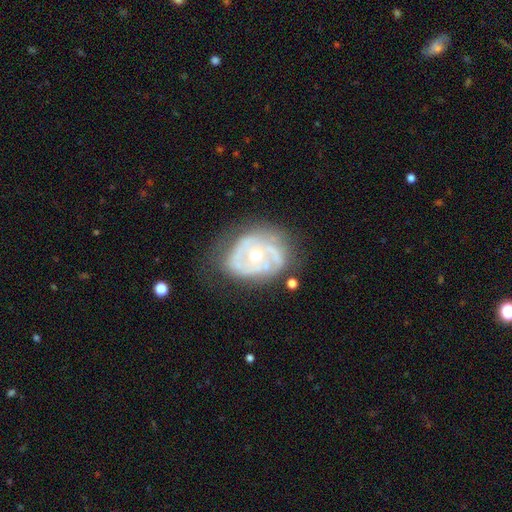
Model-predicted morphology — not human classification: type=featured or disk (80%); edge-on=no (97%); bar=no (79%); spiral arms=yes (72%); winding=tight (58%); arm count=can't tell (38%); bulge=moderate (60%); merging=none (57%).